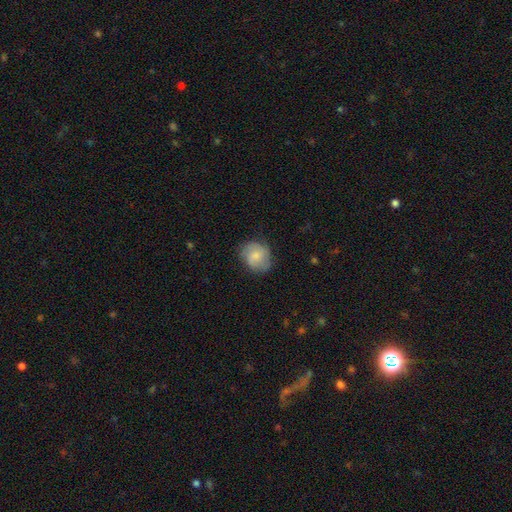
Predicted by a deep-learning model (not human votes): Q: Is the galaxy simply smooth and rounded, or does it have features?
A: smooth — 61%.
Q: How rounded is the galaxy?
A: round — 70%.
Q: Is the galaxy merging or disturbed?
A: none — 72%.